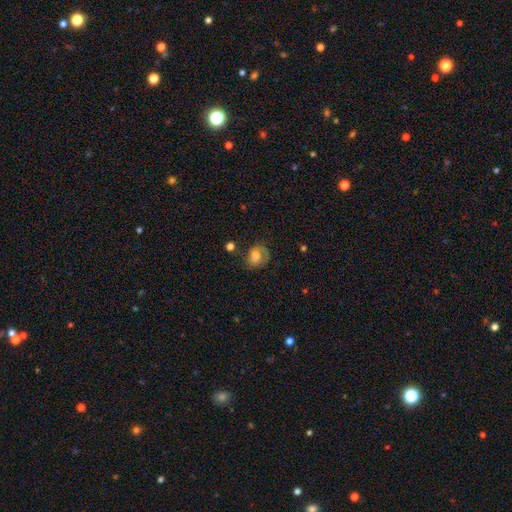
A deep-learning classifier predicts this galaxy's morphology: smooth_or_featured: smooth (p=0.60) [alt: featured or disk p=0.30]
how_rounded: round (p=0.56) [alt: in between p=0.43]
merging: none (p=0.48) [alt: minor disturbance p=0.25]